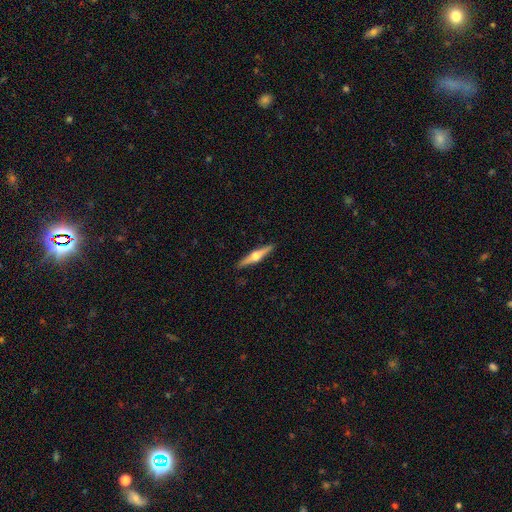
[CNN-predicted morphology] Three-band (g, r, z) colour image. It shows a featured or disk galaxy (73%) viewed edge-on (98%) with a rounded central bulge (96%). Merging: none (91%).